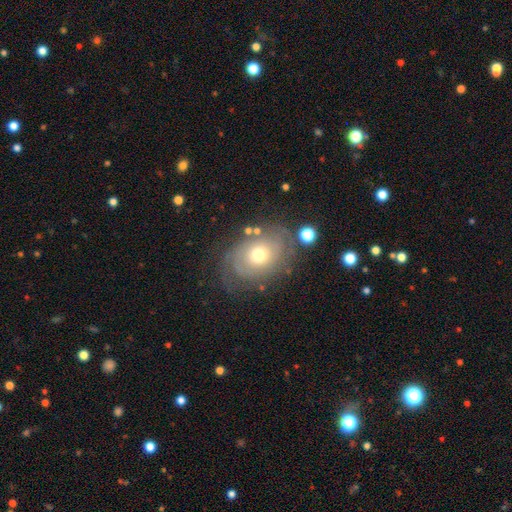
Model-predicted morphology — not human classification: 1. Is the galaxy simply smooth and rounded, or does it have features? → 42% featured or disk, 33% smooth, 25% star or artifact.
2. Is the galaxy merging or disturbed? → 80% none, 12% minor disturbance, 5% major disturbance, 3% merger.